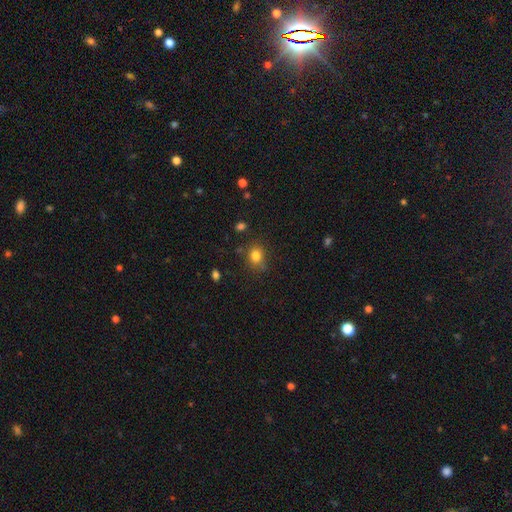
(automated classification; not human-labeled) A smooth galaxy with no disk features (82%) that is round (68%).

Vote fractions:
- Smooth or featured? smooth: 82% / star or artifact: 12% / featured or disk: 6%
- How rounded? round: 68% / in between: 31% / cigar-shaped: 1%
- Merging? none: 75% / minor disturbance: 16% / major disturbance: 5% / merger: 4%